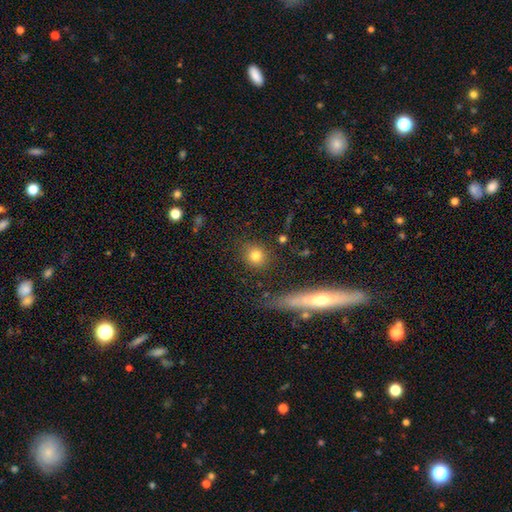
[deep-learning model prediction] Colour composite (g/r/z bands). It shows a smooth galaxy with no disk features (80%) that is round (86%). Merging: none (85%).